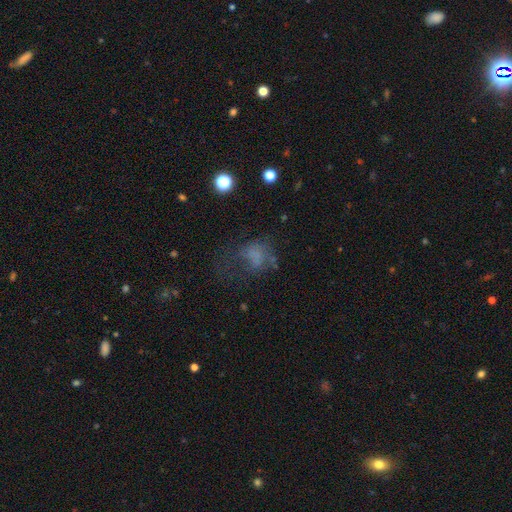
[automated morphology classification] Smooth or featured: smooth — 51% (featured or disk — 27%)
How rounded: in between — 51% (round — 47%)
Merging: major disturbance — 42% (none — 33%)